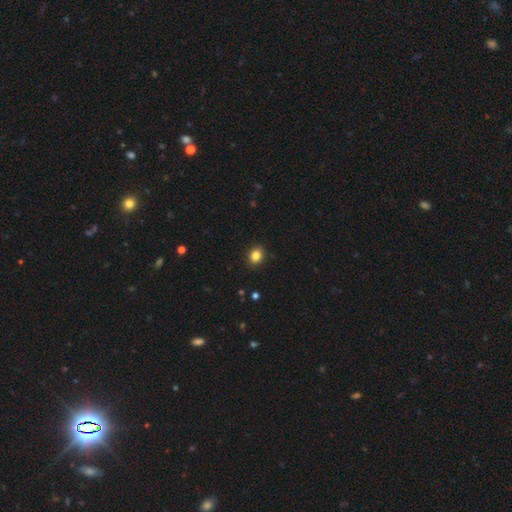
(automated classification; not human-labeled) Morphology: type=smooth (85%); roundness=round (61%); merging=none (91%).